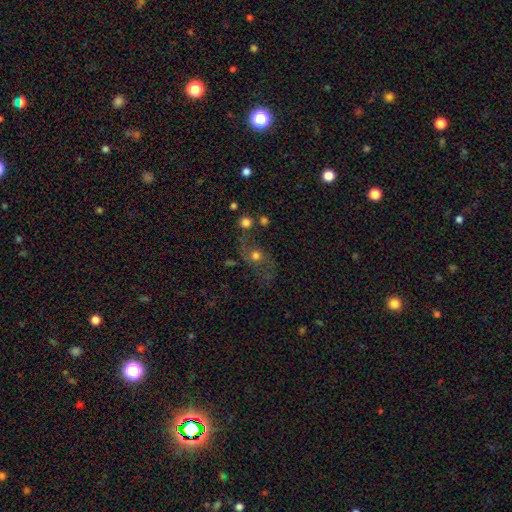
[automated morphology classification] A smooth galaxy with no disk features (50%) that is round (55%). Merging: none (50%).